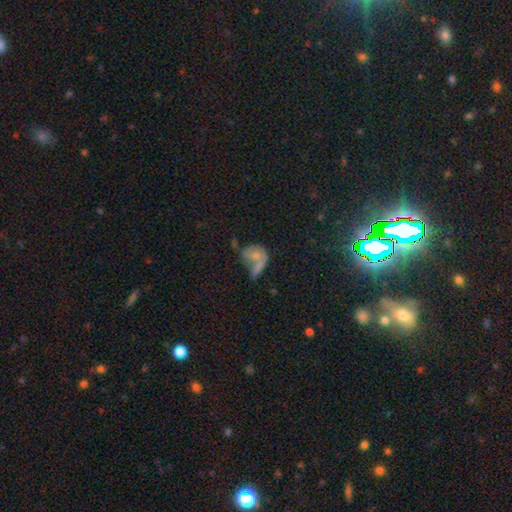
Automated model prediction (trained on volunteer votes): Smooth or featured? smooth (63%)
How rounded? in between (51%)
Merging? merger (40%)